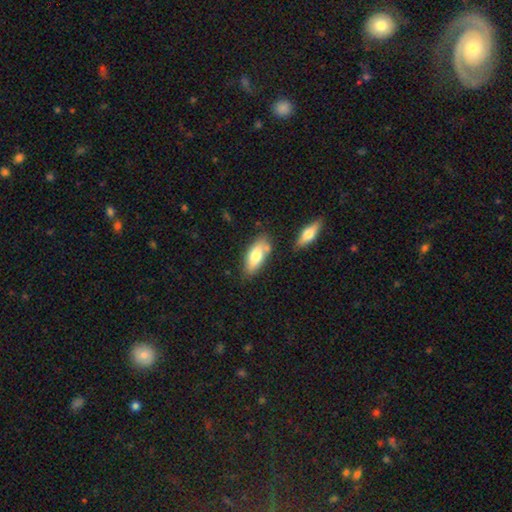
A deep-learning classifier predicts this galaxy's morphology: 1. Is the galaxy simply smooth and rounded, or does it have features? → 73% smooth, 21% featured or disk, 6% star or artifact.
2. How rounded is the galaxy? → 83% in between, 15% cigar-shaped, 2% round.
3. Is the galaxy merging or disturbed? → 66% none, 18% minor disturbance, 12% merger, 4% major disturbance.